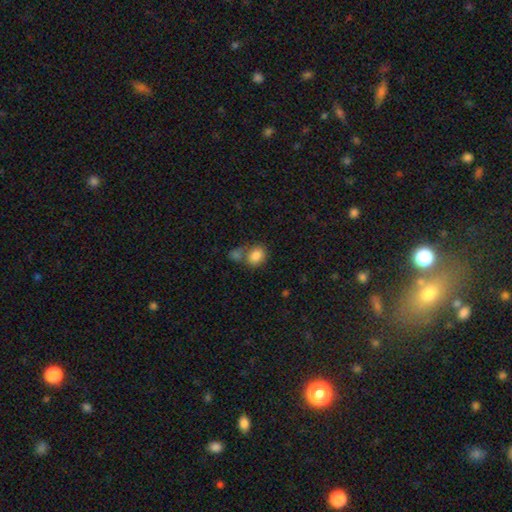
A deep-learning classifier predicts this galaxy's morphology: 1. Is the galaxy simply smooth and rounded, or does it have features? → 83% smooth, 9% star or artifact, 7% featured or disk.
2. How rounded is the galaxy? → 51% in between, 48% round, 1% cigar-shaped.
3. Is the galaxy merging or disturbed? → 48% none, 34% merger, 12% minor disturbance, 6% major disturbance.